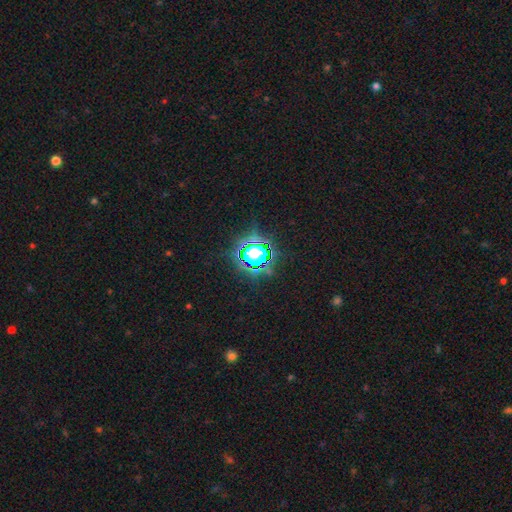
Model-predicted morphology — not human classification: Smooth or featured?
  - star or artifact: 76% *
  - smooth: 16%
  - featured or disk: 8%